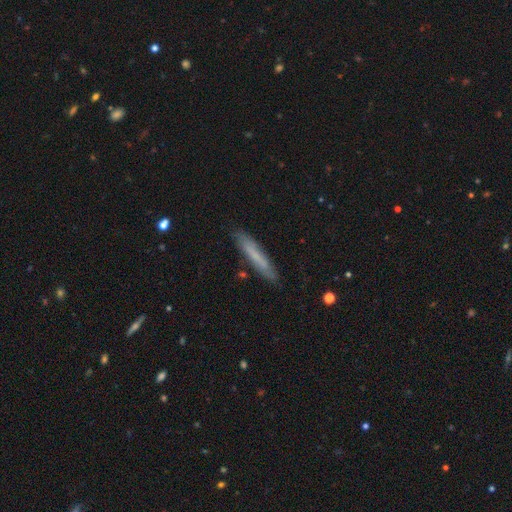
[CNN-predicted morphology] Q: Smooth or featured?
A: smooth (62%); runner-up: featured or disk (31%)
Q: How rounded?
A: cigar-shaped (93%); runner-up: in between (6%)
Q: Merging?
A: none (85%); runner-up: minor disturbance (11%)